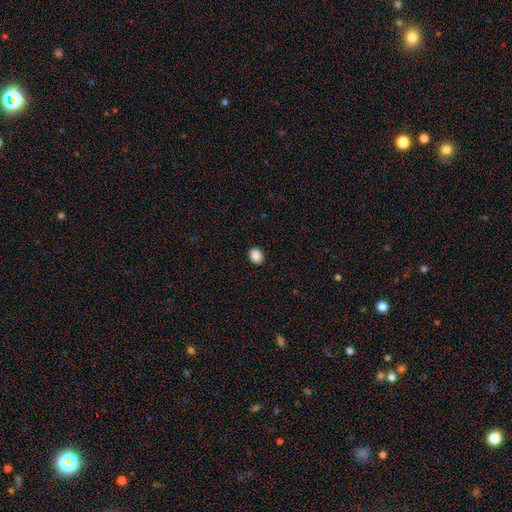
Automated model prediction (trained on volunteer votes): Morphology: type=smooth (89%); roundness=in between (56%); merging=none (90%).